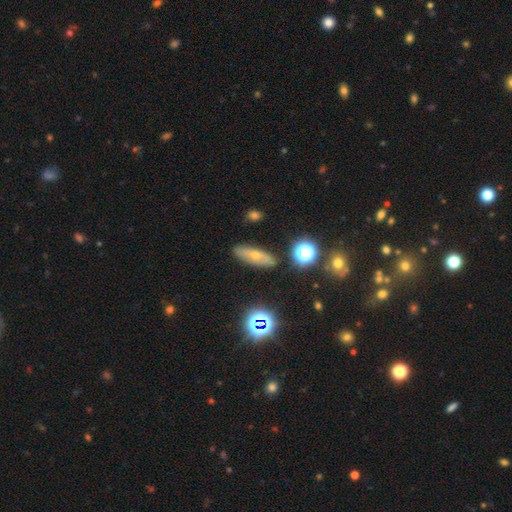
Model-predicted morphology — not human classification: Q: Smooth or featured?
A: smooth (51%); runner-up: featured or disk (35%)
Q: How rounded?
A: in between (49%); runner-up: cigar-shaped (45%)
Q: Merging?
A: none (83%); runner-up: minor disturbance (12%)